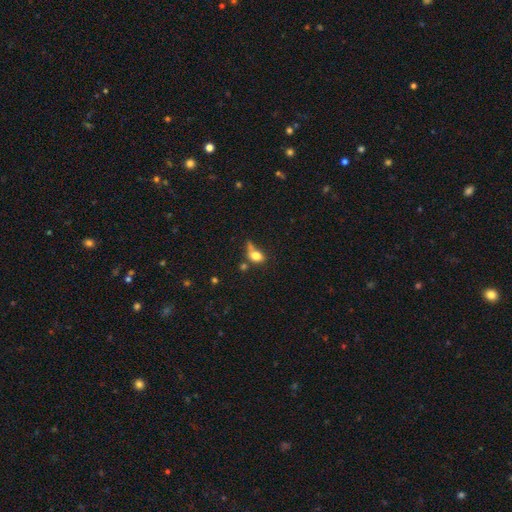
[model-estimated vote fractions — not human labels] This is likely a smooth galaxy (76%). How rounded: likely in between (66%). Merging: marginally none (33%).